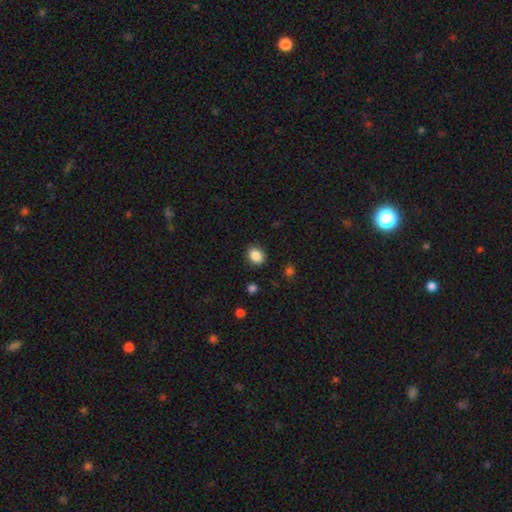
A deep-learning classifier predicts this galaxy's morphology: Smooth or featured?
  - smooth: 87% *
  - star or artifact: 9%
  - featured or disk: 4%
How rounded?
  - in between: 55% *
  - round: 44%
  - cigar-shaped: 1%
Merging?
  - none: 87% *
  - minor disturbance: 9%
  - major disturbance: 2%
  - merger: 1%